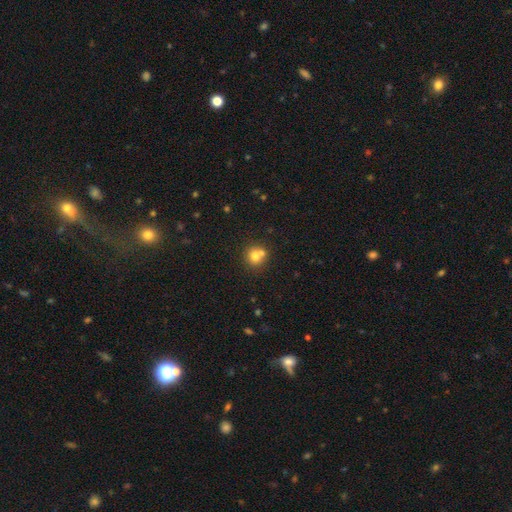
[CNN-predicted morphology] smooth-or-featured: smooth: 75% | featured or disk: 14% | star or artifact: 12%
  how-rounded: round: 85% | in between: 14% | cigar-shaped: 1%
  merging: none: 49% | merger: 39% | minor disturbance: 9% | major disturbance: 3%